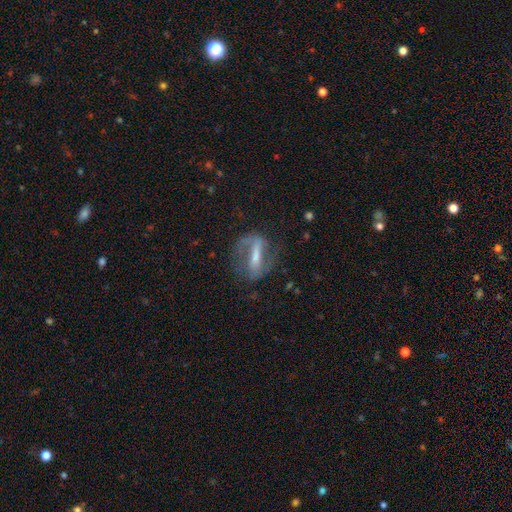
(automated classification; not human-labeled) This appears to be a featured or disk galaxy (75%) with a strong bar (66%), 2 (78%) medium (44%) spiral arms (80%) and a small central bulge (41%). Merging: none (65%).